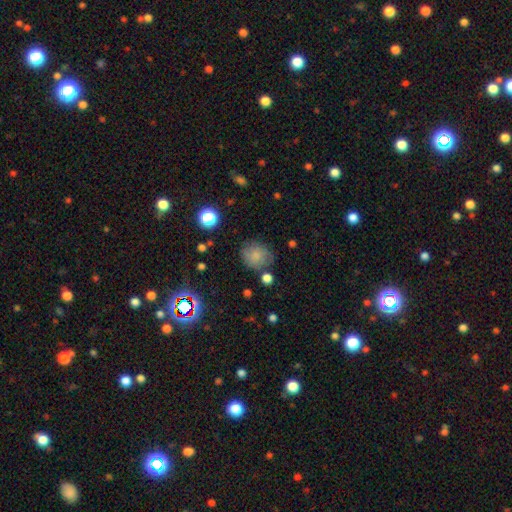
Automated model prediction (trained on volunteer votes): The model was most divided on "how rounded": round: 75%, in between: 24%, cigar-shaped: 1%. More confident: smooth or featured — smooth (78%); merging — none (70%).